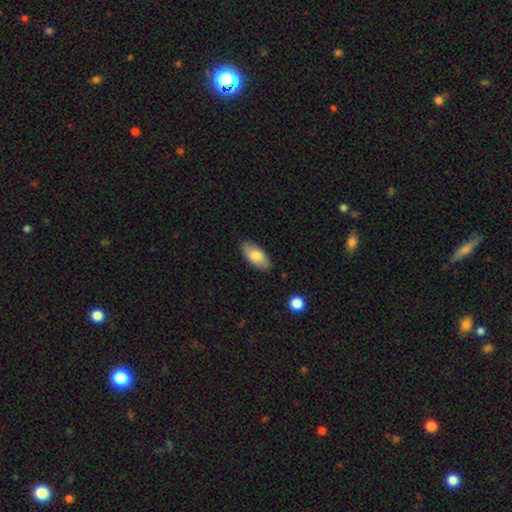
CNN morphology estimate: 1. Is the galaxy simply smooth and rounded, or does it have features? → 81% smooth, 13% featured or disk, 6% star or artifact.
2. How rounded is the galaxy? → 92% in between, 6% cigar-shaped, 2% round.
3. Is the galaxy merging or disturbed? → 85% none, 12% minor disturbance, 2% major disturbance, 1% merger.